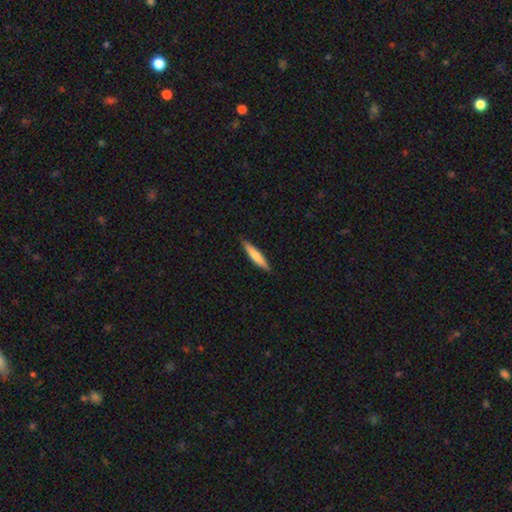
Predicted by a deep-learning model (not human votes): Q: Smooth or featured?
A: smooth (71%); runner-up: featured or disk (24%)
Q: How rounded?
A: cigar-shaped (91%); runner-up: in between (8%)
Q: Merging?
A: none (90%); runner-up: minor disturbance (8%)